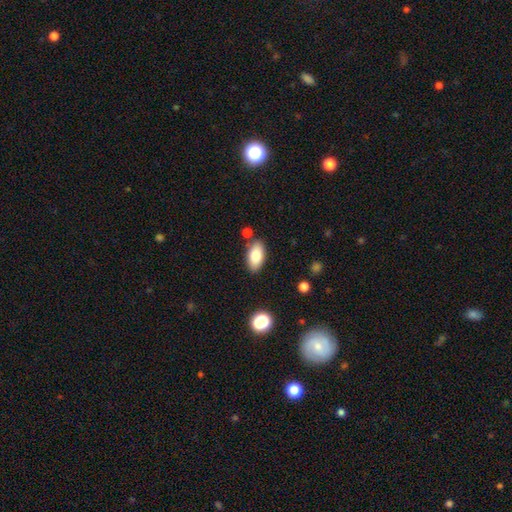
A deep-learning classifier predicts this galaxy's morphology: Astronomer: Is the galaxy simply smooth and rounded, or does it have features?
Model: smooth — 80%.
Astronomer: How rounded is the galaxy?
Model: in between — 91%.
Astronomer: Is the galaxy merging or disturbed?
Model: none — 82%.